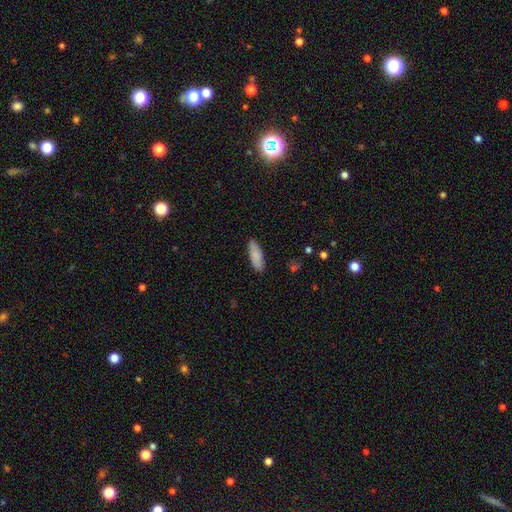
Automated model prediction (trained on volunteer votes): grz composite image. It shows a smooth galaxy with no disk features (86%) that is in between round and cigar-shaped (65%). Merging: none (87%).